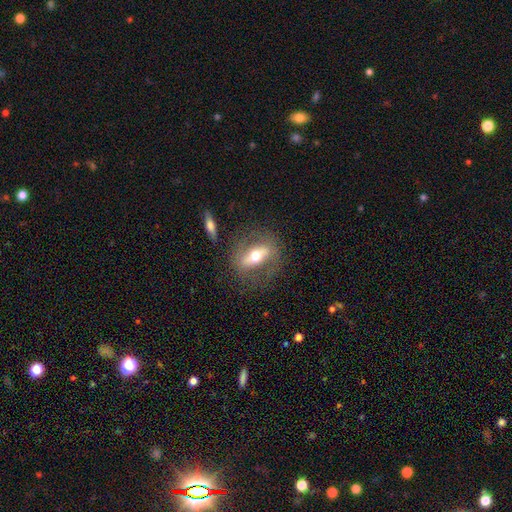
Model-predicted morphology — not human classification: Q: Smooth or featured?
A: featured or disk (60%); runner-up: smooth (33%)
Q: Edge-on disk?
A: no (64%); runner-up: yes (36%)
Q: Merging?
A: none (73%); runner-up: minor disturbance (14%)